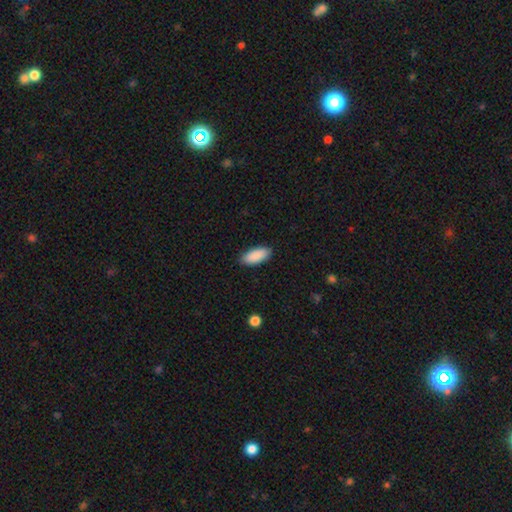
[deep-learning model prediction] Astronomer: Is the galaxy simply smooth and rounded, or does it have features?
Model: smooth — 91%.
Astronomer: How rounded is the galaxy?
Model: in between — 86%.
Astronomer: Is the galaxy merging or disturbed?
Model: none — 89%.